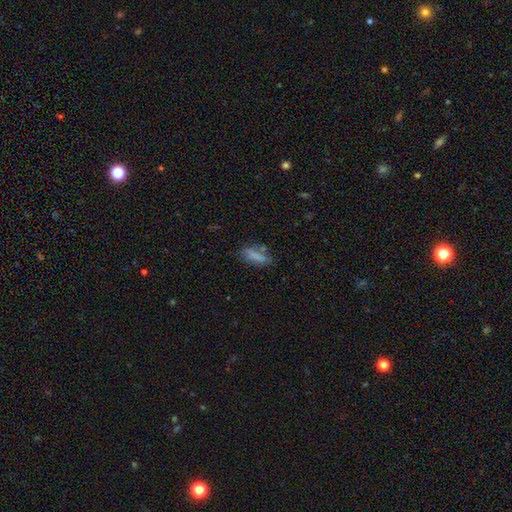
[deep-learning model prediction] Smooth or featured? smooth (71%)
How rounded? in between (56%)
Merging? none (60%)